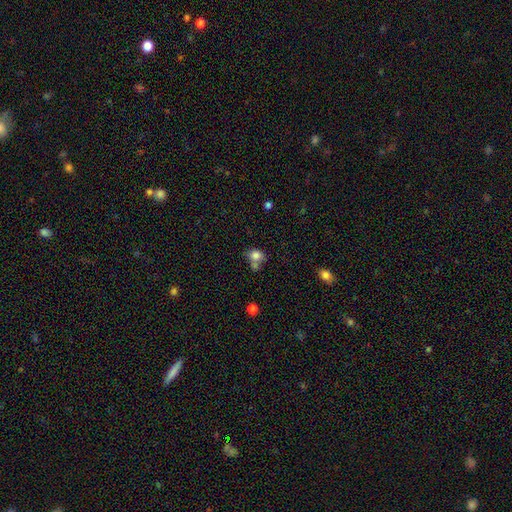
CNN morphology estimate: smooth-or-featured: smooth: 79% | star or artifact: 11% | featured or disk: 10%
  how-rounded: round: 57% | in between: 42% | cigar-shaped: 1%
  merging: none: 42% | merger: 34% | minor disturbance: 17% | major disturbance: 7%